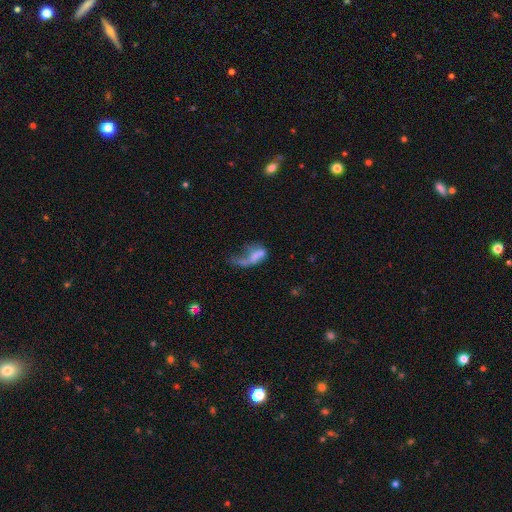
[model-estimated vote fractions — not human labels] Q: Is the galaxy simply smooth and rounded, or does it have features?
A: smooth — 44%.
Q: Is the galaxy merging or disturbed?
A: major disturbance — 54%.